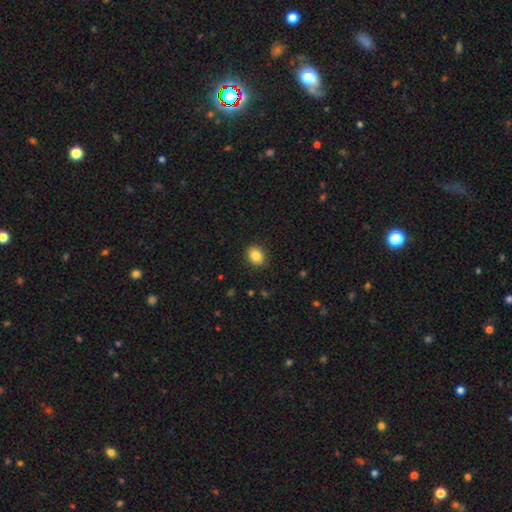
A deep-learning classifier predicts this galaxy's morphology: This is clearly a smooth galaxy (86%). How rounded: possibly in between (55%). Merging: clearly none (88%).